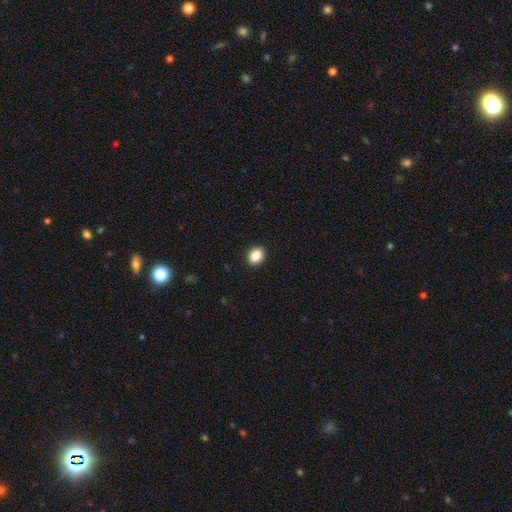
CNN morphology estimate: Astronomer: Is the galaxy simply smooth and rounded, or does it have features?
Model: smooth — 87%.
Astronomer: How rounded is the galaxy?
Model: in between — 59% (runner-up: round, 40%).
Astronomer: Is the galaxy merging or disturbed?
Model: none — 92%.